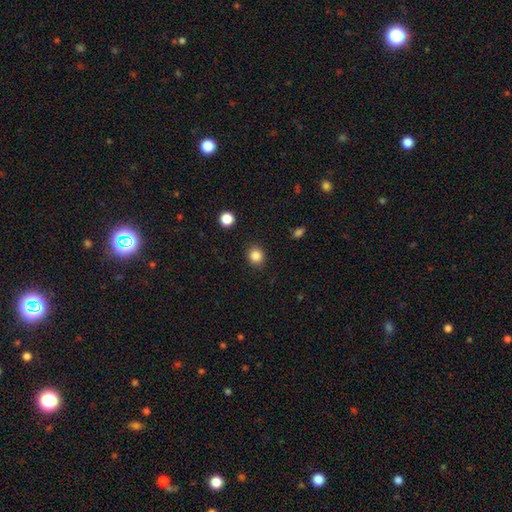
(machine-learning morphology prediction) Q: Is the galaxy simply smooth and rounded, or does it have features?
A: smooth — 85%.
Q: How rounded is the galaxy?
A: round — 80%.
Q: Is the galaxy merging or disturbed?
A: none — 90%.